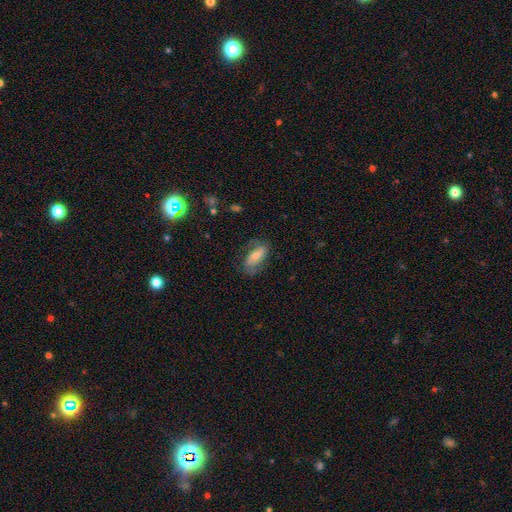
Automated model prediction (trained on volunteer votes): A featured or disk galaxy (51%). Merging: none (71%).